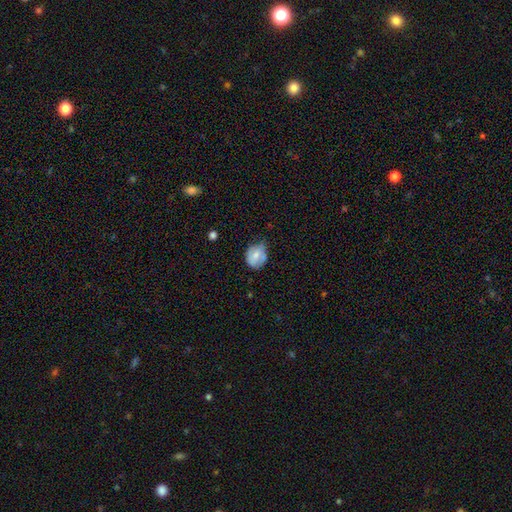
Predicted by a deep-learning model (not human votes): smooth 63%, featured or disk 30%, star or artifact 7%. Down the decision tree: how rounded — round (56%); merging — none (47%).